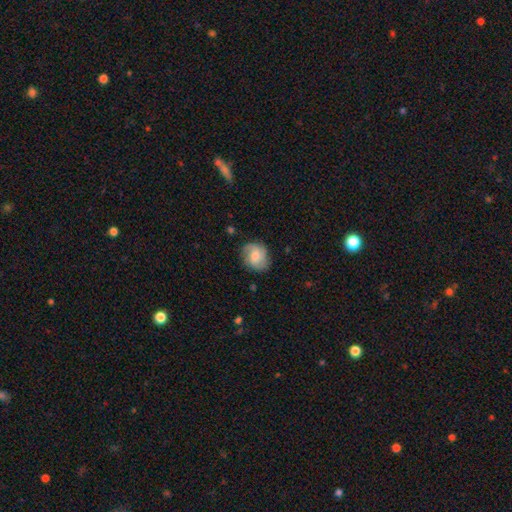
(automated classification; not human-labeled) Smooth or featured? smooth (48%)
Merging? none (74%)